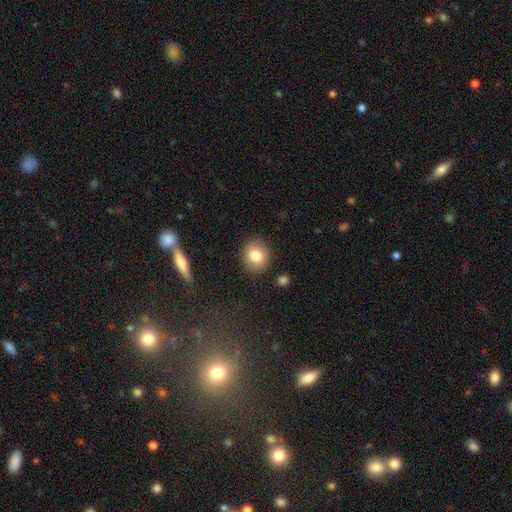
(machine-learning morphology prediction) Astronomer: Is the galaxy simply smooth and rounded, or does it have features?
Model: smooth — 81%.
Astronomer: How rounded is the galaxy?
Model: round — 78%.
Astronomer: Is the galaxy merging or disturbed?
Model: none — 88%.